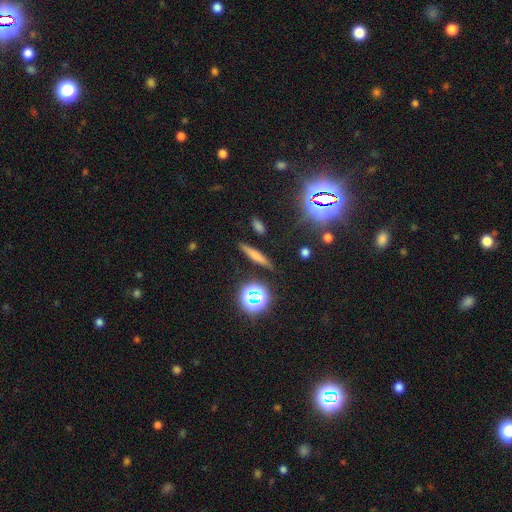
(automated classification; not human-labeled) smooth_or_featured: smooth (p=0.62) [alt: featured or disk p=0.23]
how_rounded: cigar-shaped (p=0.86) [alt: in between p=0.09]
merging: none (p=0.86) [alt: minor disturbance p=0.09]